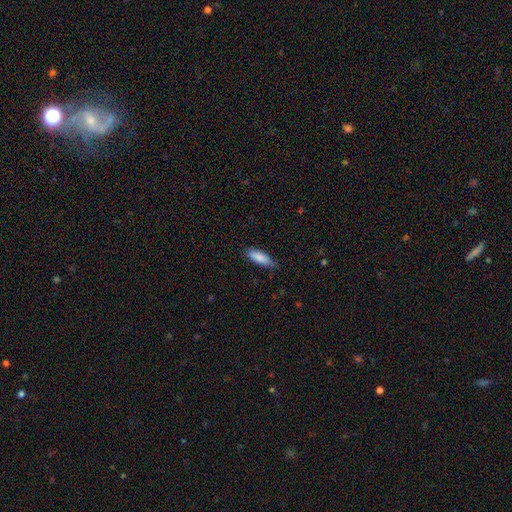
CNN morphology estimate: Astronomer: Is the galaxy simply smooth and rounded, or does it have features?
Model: smooth — 85%.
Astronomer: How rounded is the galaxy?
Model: in between — 50% (runner-up: cigar-shaped, 48%).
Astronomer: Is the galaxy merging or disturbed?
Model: none — 74%.